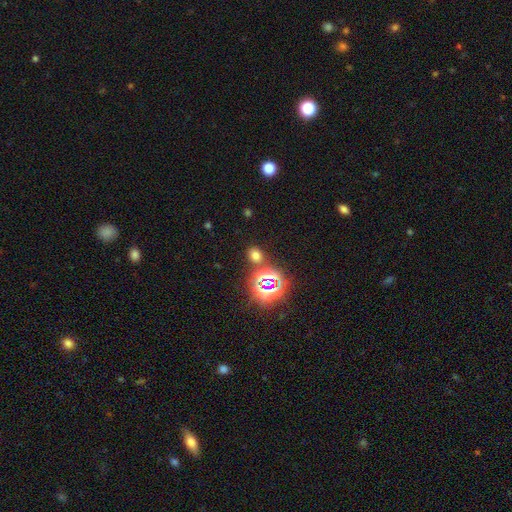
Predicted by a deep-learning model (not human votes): This appears to be a smooth galaxy with no disk features (60%) that is round (52%). Merging: none (81%).